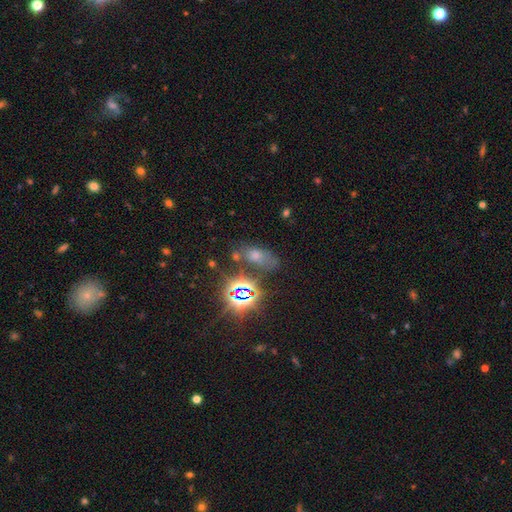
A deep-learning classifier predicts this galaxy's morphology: Smooth or featured: smooth — 50% (star or artifact — 37%)
Merging: none — 56% (minor disturbance — 20%)